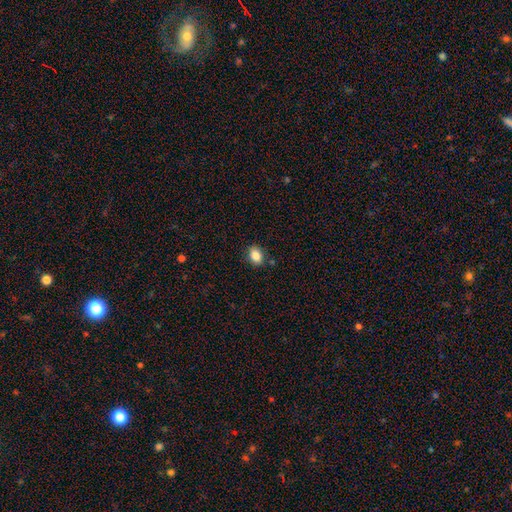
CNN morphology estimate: The model was most divided on "how rounded": in between: 70%, round: 28%, cigar-shaped: 1%. More confident: merging — none (85%); smooth or featured — smooth (85%).